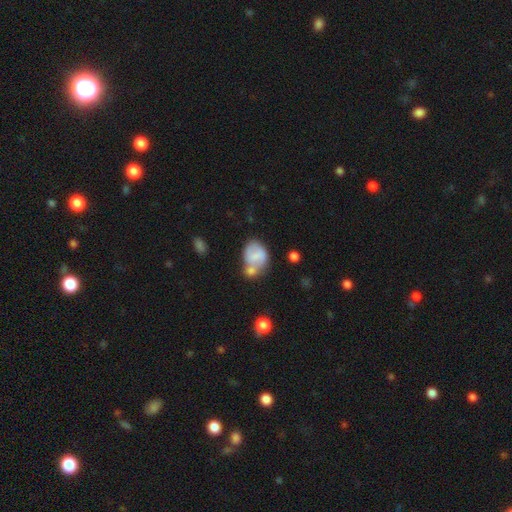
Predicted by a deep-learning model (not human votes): smooth 54%, featured or disk 38%, star or artifact 8%. Down the decision tree: how rounded — in between (66%); merging — merger (43%).